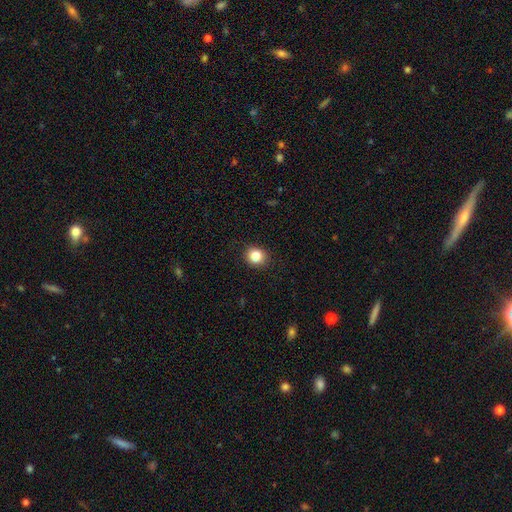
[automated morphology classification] smooth-or-featured: smooth: 84% | star or artifact: 10% | featured or disk: 6%
  how-rounded: round: 78% | in between: 21% | cigar-shaped: 1%
  merging: none: 89% | minor disturbance: 8% | major disturbance: 2% | merger: 1%